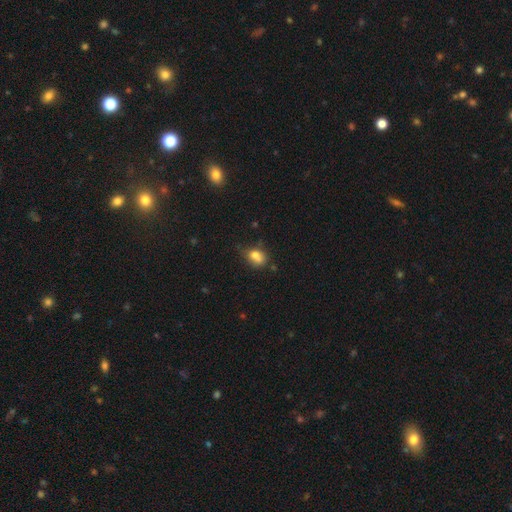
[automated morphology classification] smooth 75%, featured or disk 13%, star or artifact 11%. Down the decision tree: how rounded — in between (62%); merging — none (43%).